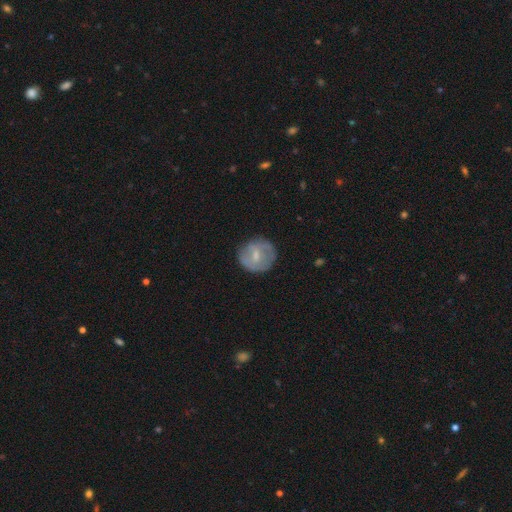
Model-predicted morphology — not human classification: A smooth galaxy with no disk features (50%) that is round (86%).

Vote fractions:
- Smooth or featured? smooth: 50% / featured or disk: 43% / star or artifact: 7%
- How rounded? round: 86% / in between: 13% / cigar-shaped: 1%
- Merging? none: 75% / minor disturbance: 17% / major disturbance: 6% / merger: 1%